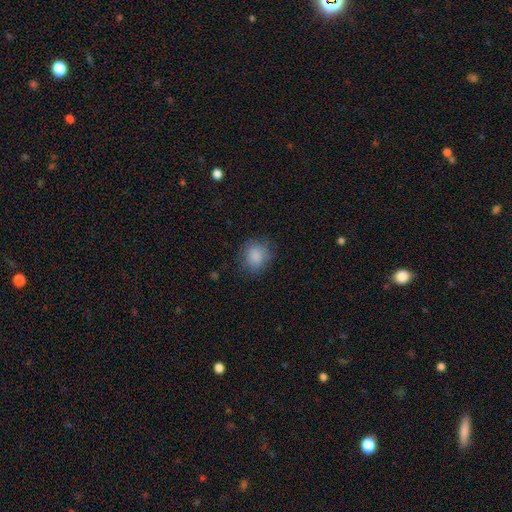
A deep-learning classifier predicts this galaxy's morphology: smooth 87%, star or artifact 8%, featured or disk 5%. Down the decision tree: how rounded — round (79%); merging — none (80%).